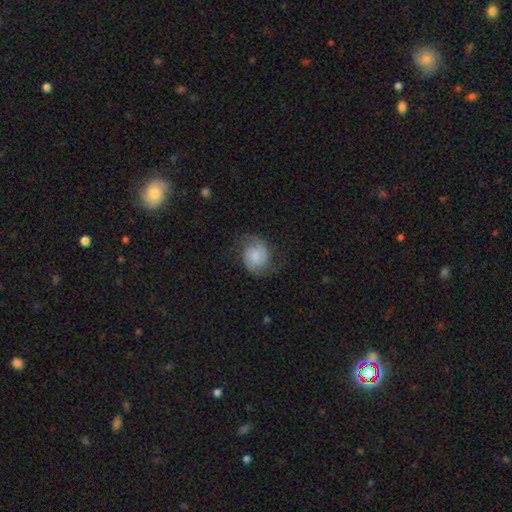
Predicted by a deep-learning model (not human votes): This appears to be a featured or disk galaxy (59%) with no bar (55%), 2 (86%) medium (47%) spiral arms (92%) and a small central bulge (41%). Merging: none (66%).